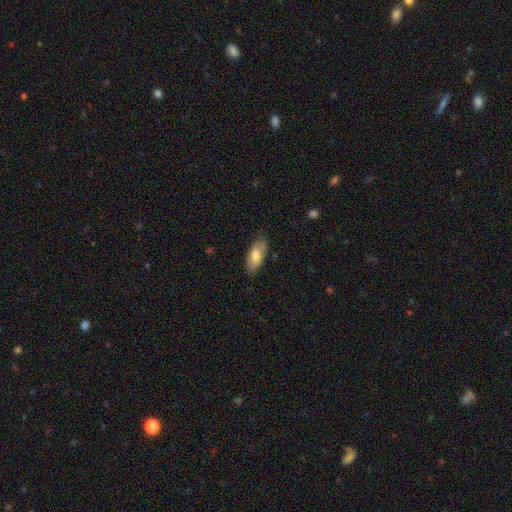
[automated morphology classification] Q: Smooth or featured?
A: smooth (75%); runner-up: featured or disk (20%)
Q: How rounded?
A: in between (84%); runner-up: cigar-shaped (14%)
Q: Merging?
A: none (82%); runner-up: minor disturbance (14%)